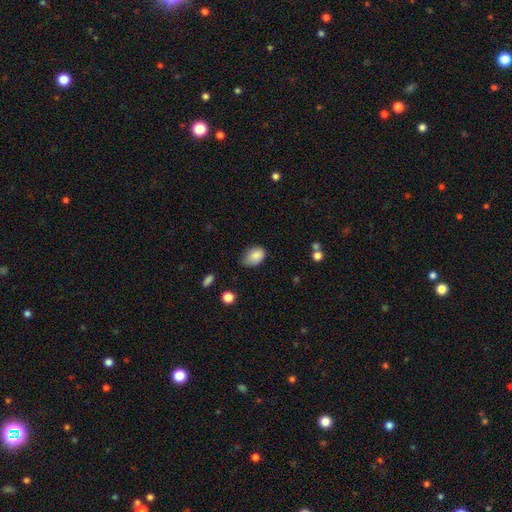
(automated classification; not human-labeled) Morphology: type=smooth (86%); roundness=in between (86%); merging=none (55%).